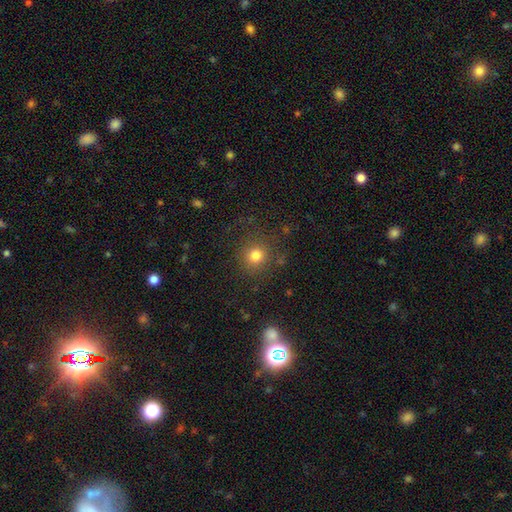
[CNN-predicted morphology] Smooth or featured?
  - smooth: 78% *
  - star or artifact: 14%
  - featured or disk: 7%
How rounded?
  - round: 89% *
  - in between: 10%
  - cigar-shaped: 1%
Merging?
  - none: 82% *
  - minor disturbance: 10%
  - major disturbance: 6%
  - merger: 2%